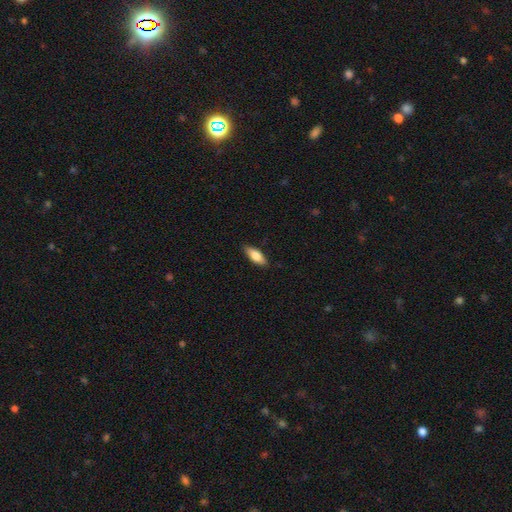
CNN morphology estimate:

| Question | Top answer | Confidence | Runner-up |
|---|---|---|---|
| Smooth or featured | smooth | 78% | featured or disk (16%) |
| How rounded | in between | 76% | cigar-shaped (22%) |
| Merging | none | 86% | minor disturbance (11%) |